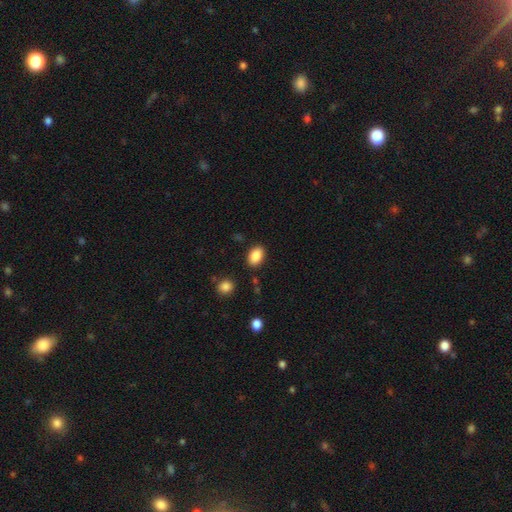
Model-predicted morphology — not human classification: A smooth galaxy with no disk features (88%) that is in between round and cigar-shaped (85%).

Vote fractions:
- Smooth or featured? smooth: 88% / star or artifact: 8% / featured or disk: 4%
- How rounded? in between: 85% / round: 14% / cigar-shaped: 1%
- Merging? none: 86% / minor disturbance: 9% / major disturbance: 3% / merger: 2%